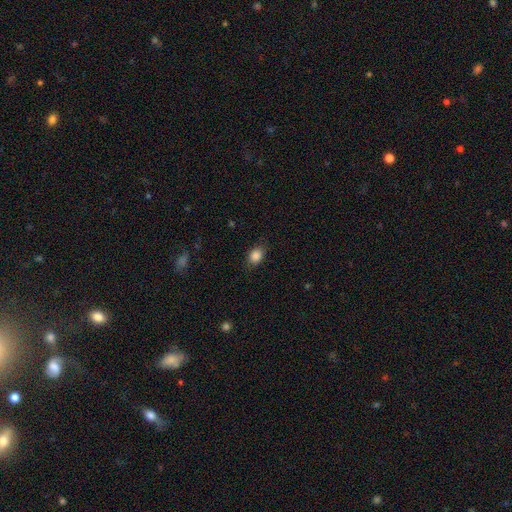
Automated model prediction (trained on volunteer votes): Smooth or featured? Predicted: smooth (p=0.86). How rounded? Predicted: in between (p=0.70). Merging? Predicted: none (p=0.81).